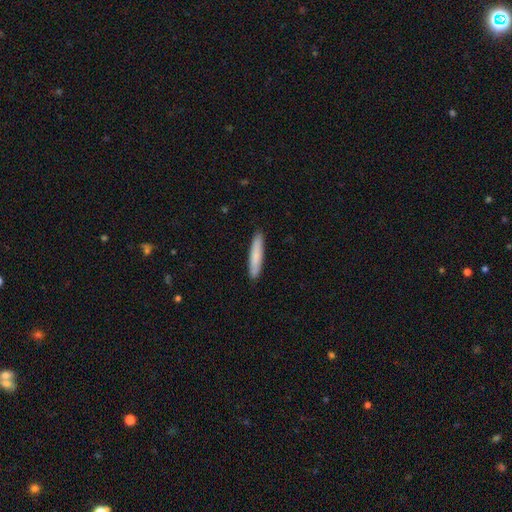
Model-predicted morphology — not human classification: type=smooth (79%); roundness=cigar-shaped (92%); merging=none (90%).